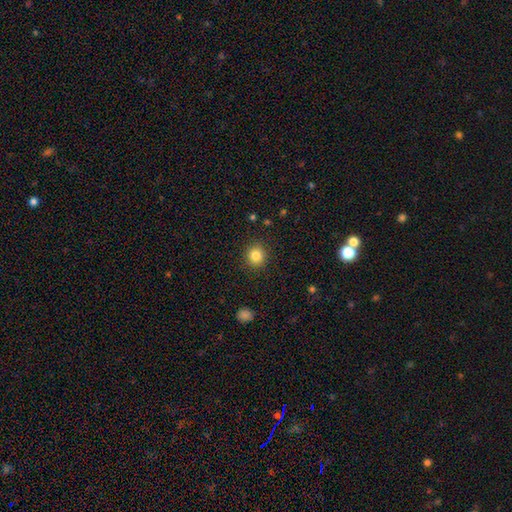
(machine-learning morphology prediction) Q: Smooth or featured?
A: smooth (83%); runner-up: star or artifact (11%)
Q: How rounded?
A: round (90%); runner-up: in between (9%)
Q: Merging?
A: none (91%); runner-up: minor disturbance (6%)